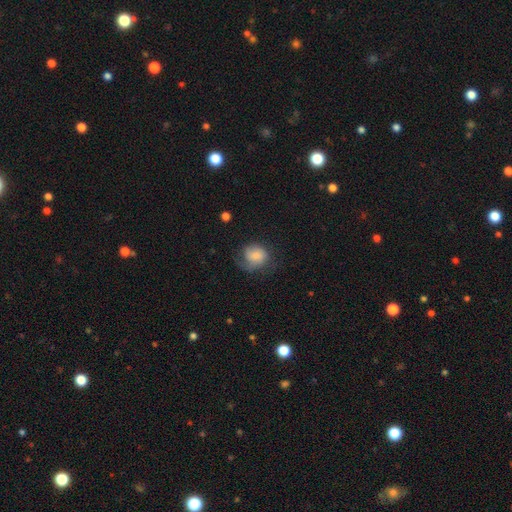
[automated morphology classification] smooth 62%, featured or disk 29%, star or artifact 8%. Down the decision tree: how rounded — round (64%); merging — none (45%).